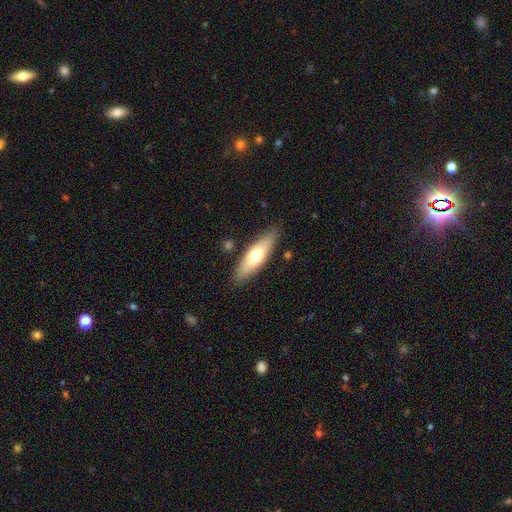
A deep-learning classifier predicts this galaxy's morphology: This appears to be a smooth galaxy with no disk features (59%) that is cigar-shaped (53%). Merging: none (85%).